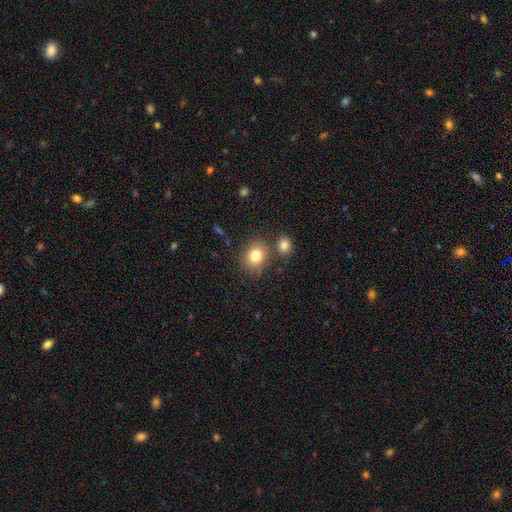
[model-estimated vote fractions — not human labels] Smooth or featured? smooth (81%)
How rounded? round (65%)
Merging? none (73%)